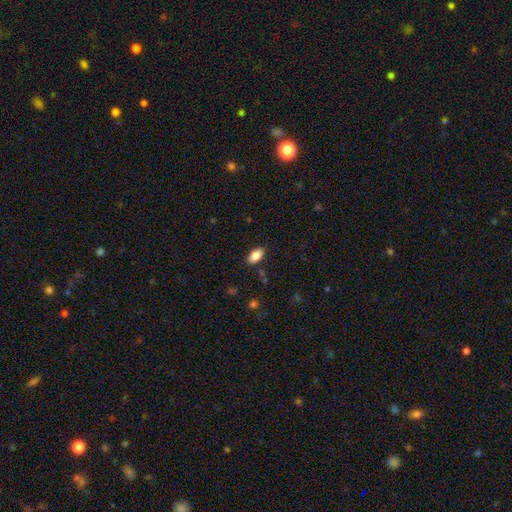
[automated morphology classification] Smooth or featured? Predicted: smooth (p=0.84). How rounded? Predicted: in between (p=0.92). Merging? Predicted: none (p=0.86).